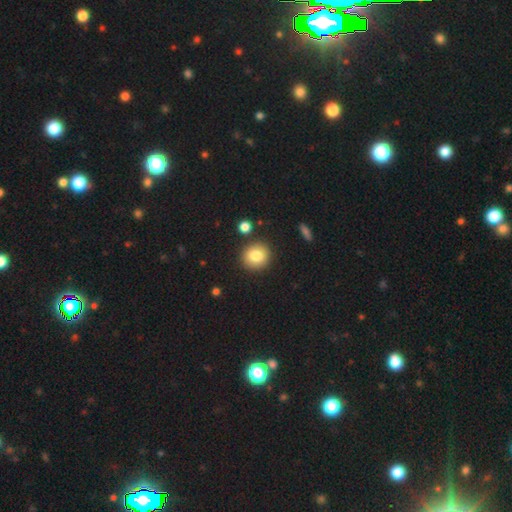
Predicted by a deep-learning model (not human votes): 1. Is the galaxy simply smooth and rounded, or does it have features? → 81% smooth, 10% star or artifact, 9% featured or disk.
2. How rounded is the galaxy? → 86% round, 13% in between, 1% cigar-shaped.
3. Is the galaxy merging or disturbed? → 86% none, 7% minor disturbance, 4% merger, 2% major disturbance.